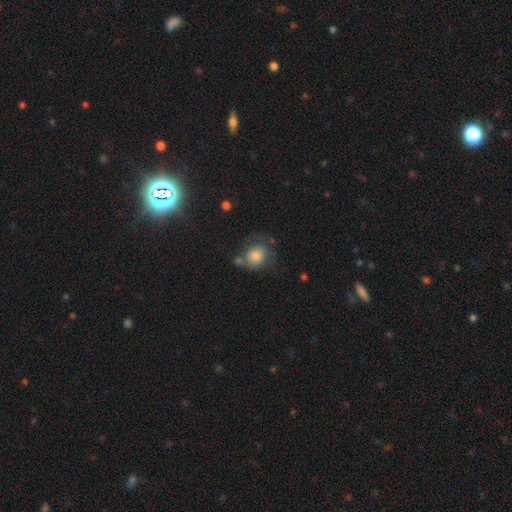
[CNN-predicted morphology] Q: Smooth or featured?
A: smooth (63%); runner-up: featured or disk (29%)
Q: How rounded?
A: round (62%); runner-up: in between (37%)
Q: Merging?
A: none (44%); runner-up: minor disturbance (26%)